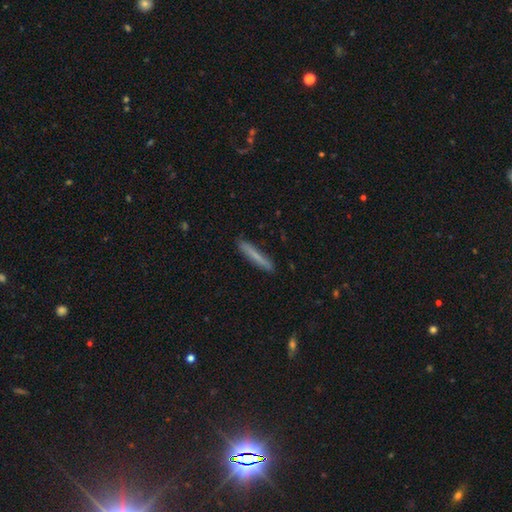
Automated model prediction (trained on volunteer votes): Smooth or featured: smooth — 73% (featured or disk — 21%)
How rounded: cigar-shaped — 96% (in between — 3%)
Merging: none — 90% (minor disturbance — 8%)